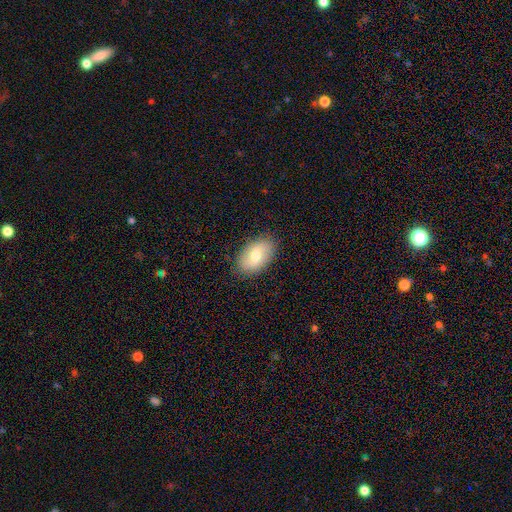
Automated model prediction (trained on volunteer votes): This appears to be a smooth galaxy with no disk features (66%) that is in between round and cigar-shaped (92%). Merging: none (86%).